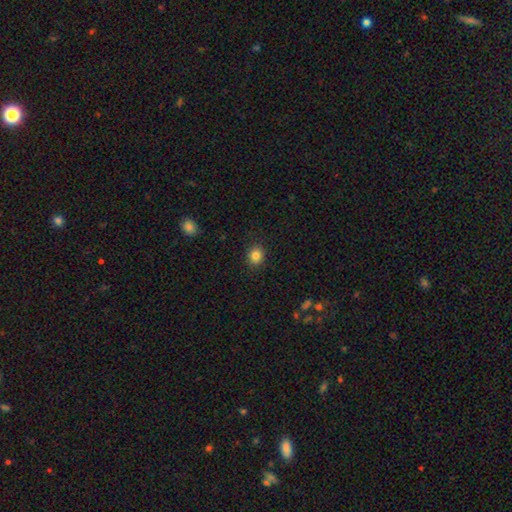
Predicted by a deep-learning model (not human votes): Smooth or featured? Predicted: smooth (p=0.84). How rounded? Predicted: round (p=0.77). Merging? Predicted: none (p=0.90).